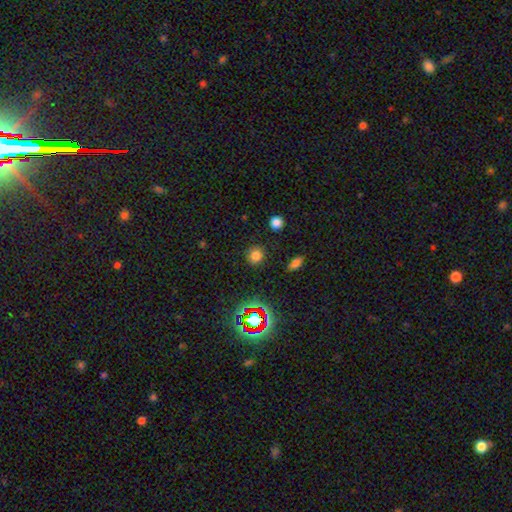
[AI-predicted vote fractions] Smooth or featured? smooth (76%)
How rounded? round (86%)
Merging? none (88%)